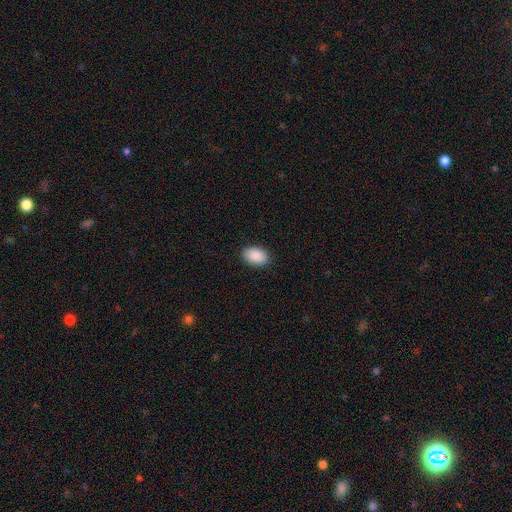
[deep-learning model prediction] This appears to be a smooth galaxy with no disk features (91%) that is in between round and cigar-shaped (90%). Merging: none (89%).